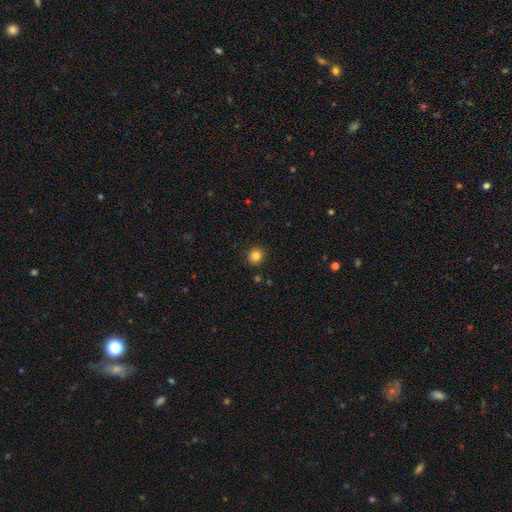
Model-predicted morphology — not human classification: Smooth or featured? smooth (84%)
How rounded? round (92%)
Merging? none (92%)